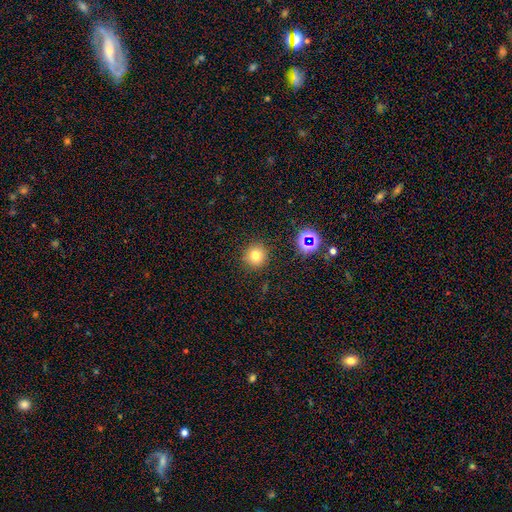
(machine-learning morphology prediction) Overall: smooth (74%). How rounded: round (92%). Merging: none (89%).